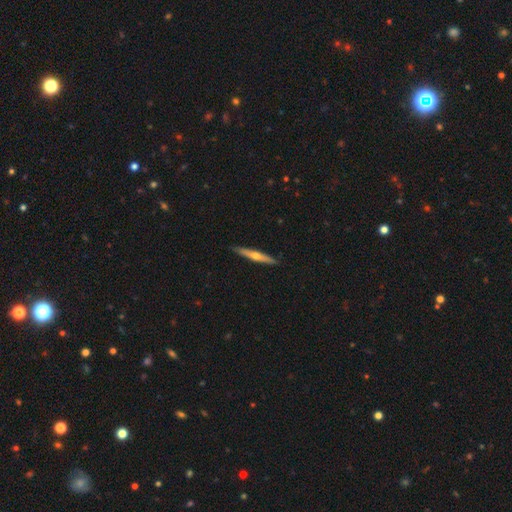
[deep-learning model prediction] A featured or disk galaxy (55%) viewed edge-on (96%) with a rounded central bulge (81%). Merging: none (89%).